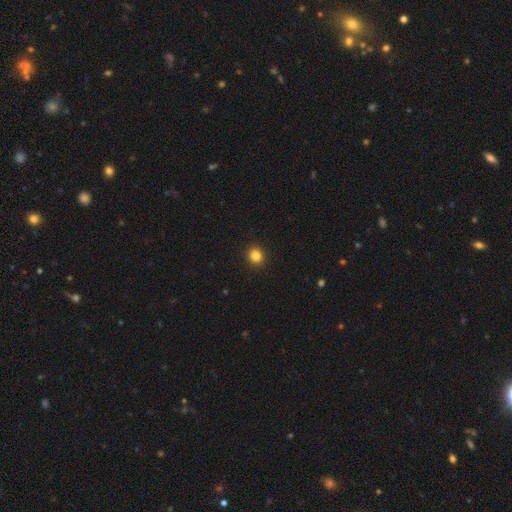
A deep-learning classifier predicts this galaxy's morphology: type=smooth (85%); roundness=round (87%); merging=none (93%).